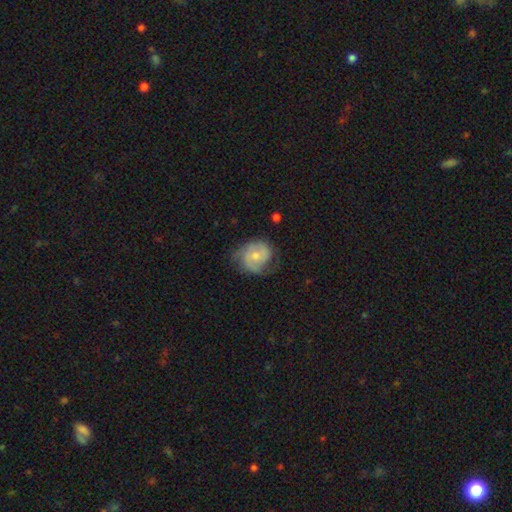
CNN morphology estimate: This appears to be a featured or disk galaxy (53%) with no bar (71%), spiral arms (79%) and a moderate central bulge (49%). Merging: none (53%).